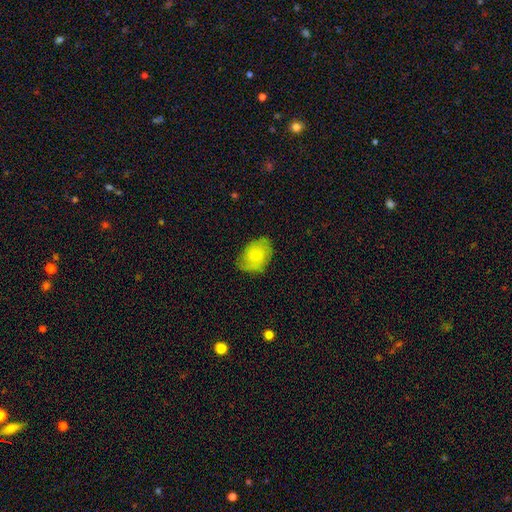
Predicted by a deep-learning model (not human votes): smooth 65%, featured or disk 28%, star or artifact 7%. Down the decision tree: how rounded — in between (79%); merging — none (71%).